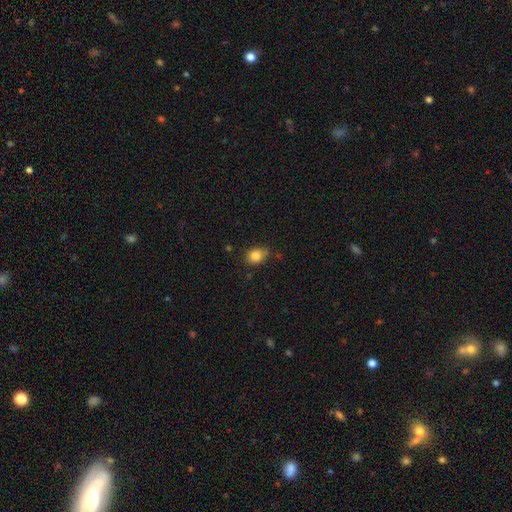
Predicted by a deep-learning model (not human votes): The model was most divided on "how rounded": round: 54%, in between: 45%, cigar-shaped: 1%. More confident: smooth or featured — smooth (83%); merging — none (69%).